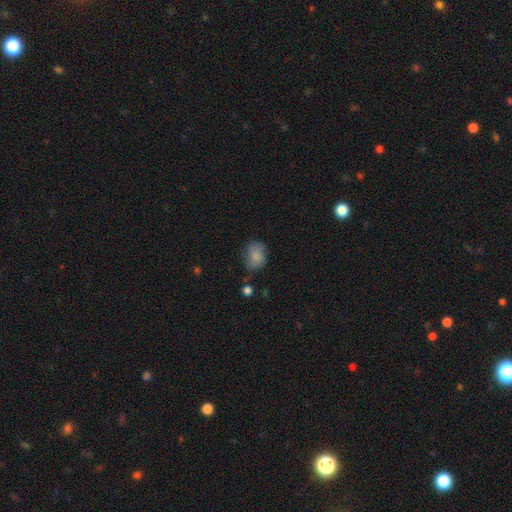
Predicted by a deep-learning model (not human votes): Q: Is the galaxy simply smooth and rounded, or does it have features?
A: smooth — 81%.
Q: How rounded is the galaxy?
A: in between — 55%.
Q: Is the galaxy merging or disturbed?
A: none — 58%.